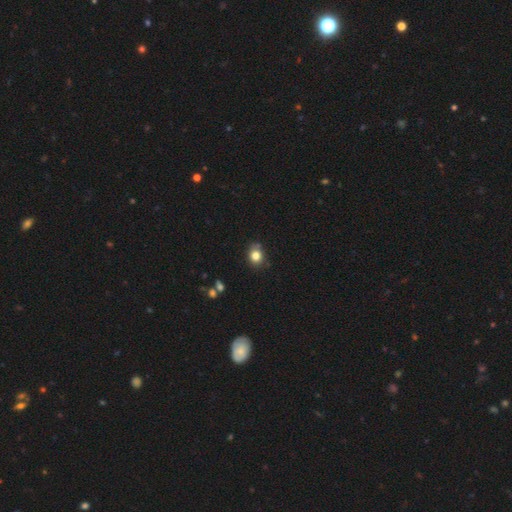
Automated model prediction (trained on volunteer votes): Smooth or featured? smooth (81%)
How rounded? round (64%)
Merging? none (73%)